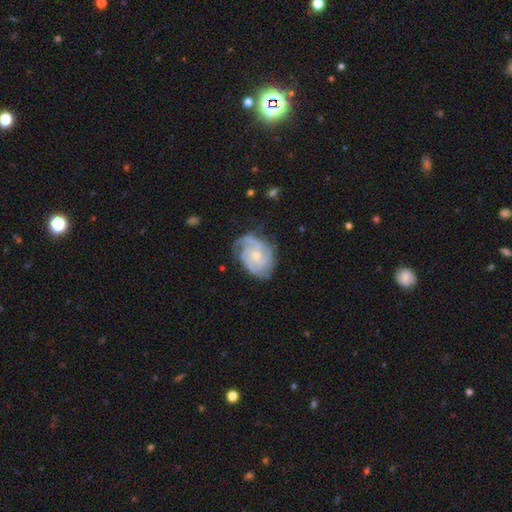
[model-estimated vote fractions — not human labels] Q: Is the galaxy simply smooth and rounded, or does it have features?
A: featured or disk — 85%.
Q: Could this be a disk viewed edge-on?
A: no — 98%.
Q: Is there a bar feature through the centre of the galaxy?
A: no — 70%.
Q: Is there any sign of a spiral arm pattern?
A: yes — 96%.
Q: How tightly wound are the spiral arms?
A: tight — 61%.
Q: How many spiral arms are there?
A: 3 — 35%.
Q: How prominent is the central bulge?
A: small — 51%.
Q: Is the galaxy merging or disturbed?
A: none — 67%.